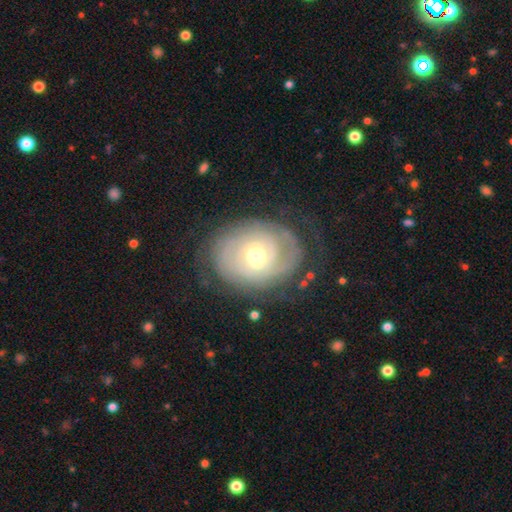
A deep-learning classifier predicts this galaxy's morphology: Q: Smooth or featured?
A: featured or disk (80%); runner-up: smooth (14%)
Q: Edge-on disk?
A: no (96%); runner-up: yes (4%)
Q: Bar?
A: weak (47%); runner-up: no (37%)
Q: Spiral arms?
A: yes (87%); runner-up: no (13%)
Q: Spiral winding?
A: tight (76%); runner-up: medium (18%)
Q: Spiral arm count?
A: can't tell (45%); runner-up: 2 (28%)
Q: Bulge size?
A: moderate (65%); runner-up: small (29%)
Q: Merging?
A: none (73%); runner-up: minor disturbance (17%)